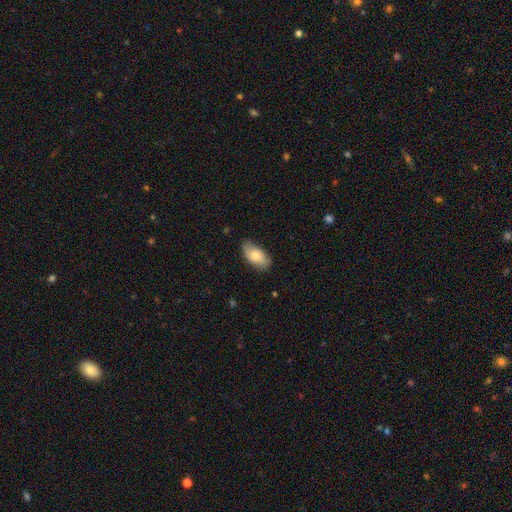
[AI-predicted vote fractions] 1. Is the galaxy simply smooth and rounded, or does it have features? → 77% smooth, 16% featured or disk, 6% star or artifact.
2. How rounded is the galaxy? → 93% in between, 4% cigar-shaped, 3% round.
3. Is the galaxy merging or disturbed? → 75% none, 20% minor disturbance, 4% major disturbance, 1% merger.